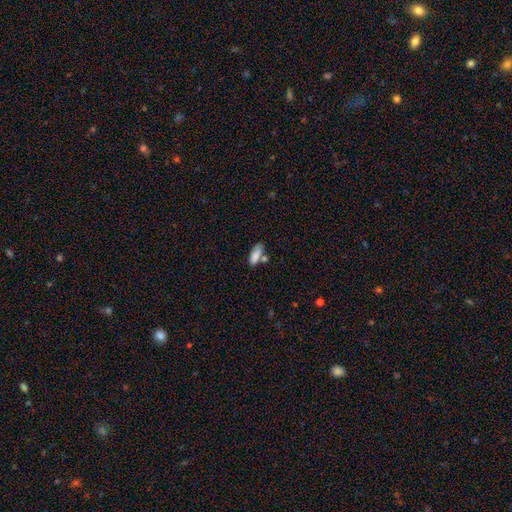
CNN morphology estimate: Overall: smooth (84%). How rounded: in between (72%). Merging: none (57%; merger 22%).